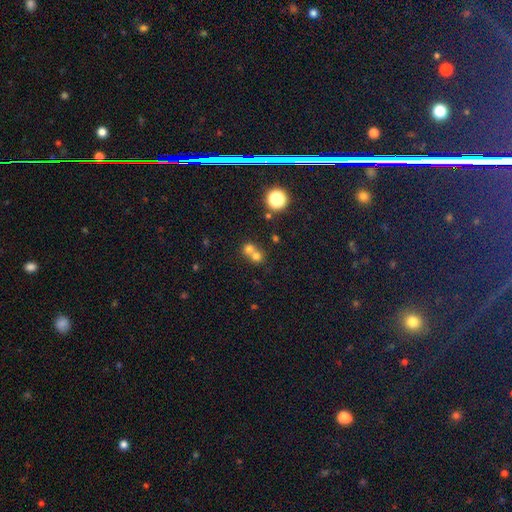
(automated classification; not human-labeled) This is likely a smooth galaxy (69%). How rounded: clearly round (85%). Merging: possibly merger (59%).